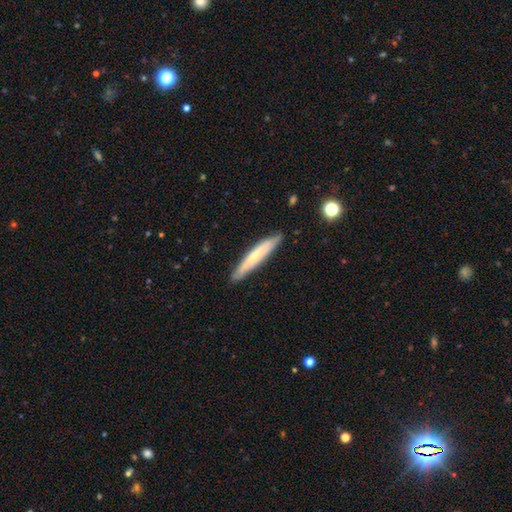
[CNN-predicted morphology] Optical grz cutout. It shows a smooth galaxy with no disk features (58%) that is cigar-shaped (92%). Merging: none (86%).